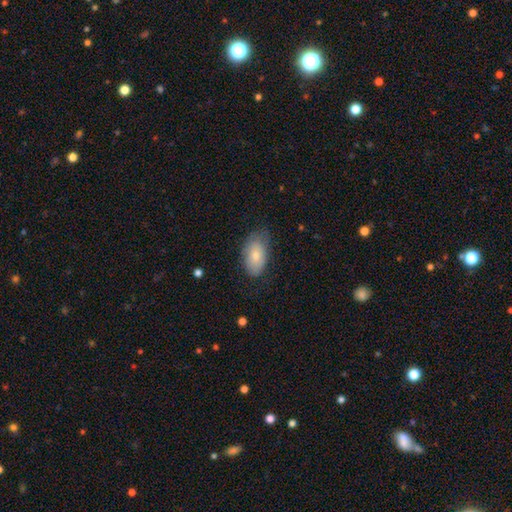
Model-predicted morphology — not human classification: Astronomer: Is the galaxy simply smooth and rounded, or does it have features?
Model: smooth — 75%.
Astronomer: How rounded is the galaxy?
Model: in between — 93%.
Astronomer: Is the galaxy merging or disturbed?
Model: none — 67%.